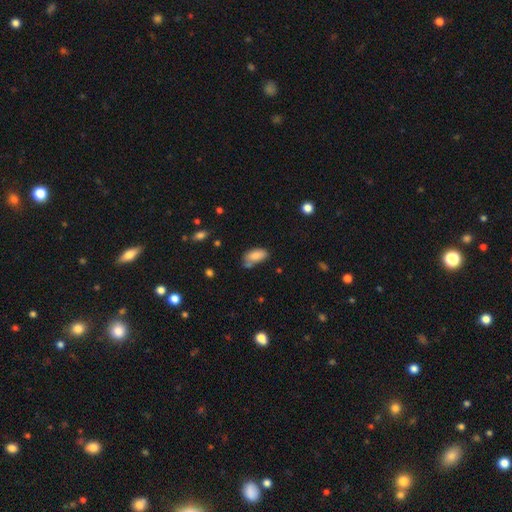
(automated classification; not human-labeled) smooth_or_featured: smooth (p=0.83) [alt: featured or disk p=0.09]
how_rounded: in between (p=0.92) [alt: cigar-shaped p=0.05]
merging: none (p=0.53) [alt: minor disturbance p=0.26]